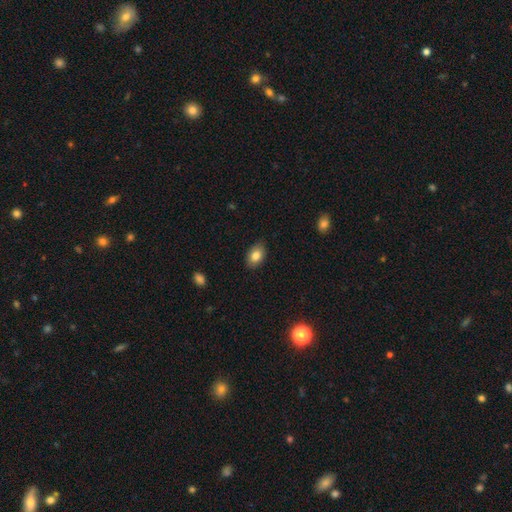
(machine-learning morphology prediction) Smooth or featured? Predicted: smooth (p=0.83). How rounded? Predicted: in between (p=0.86). Merging? Predicted: none (p=0.84).